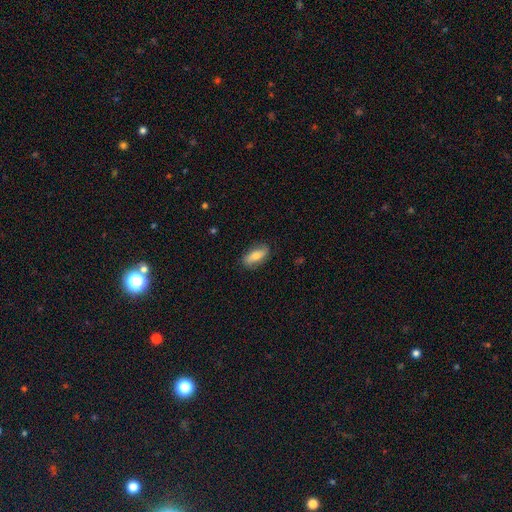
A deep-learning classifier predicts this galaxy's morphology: Smooth or featured? Predicted: smooth (p=0.69). How rounded? Predicted: in between (p=0.77). Merging? Predicted: none (p=0.83).